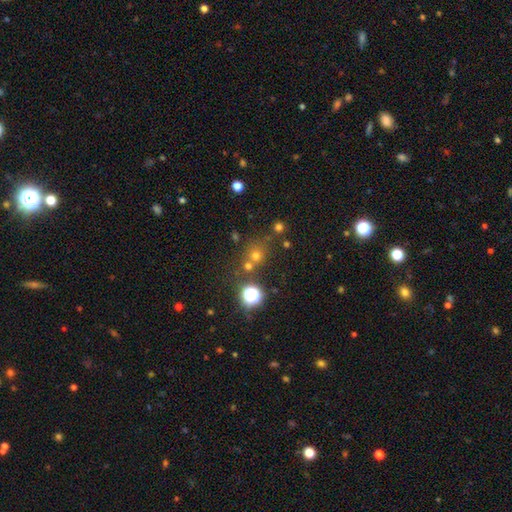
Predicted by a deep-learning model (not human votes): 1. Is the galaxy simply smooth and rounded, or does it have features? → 48% star or artifact, 40% smooth, 11% featured or disk.